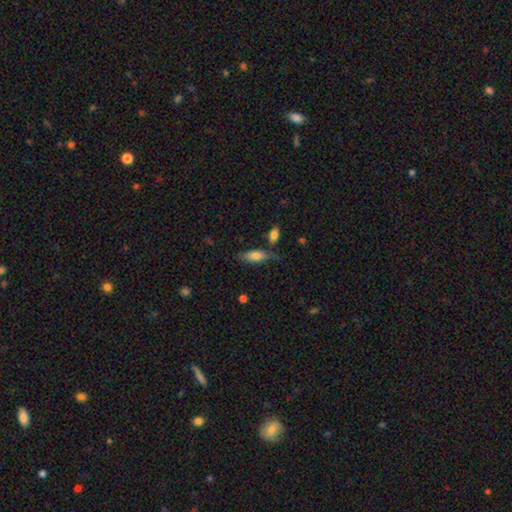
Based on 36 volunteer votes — Overall: smooth (58%; featured or disk 36%). How rounded: in between (71%). Merging: none (71%).